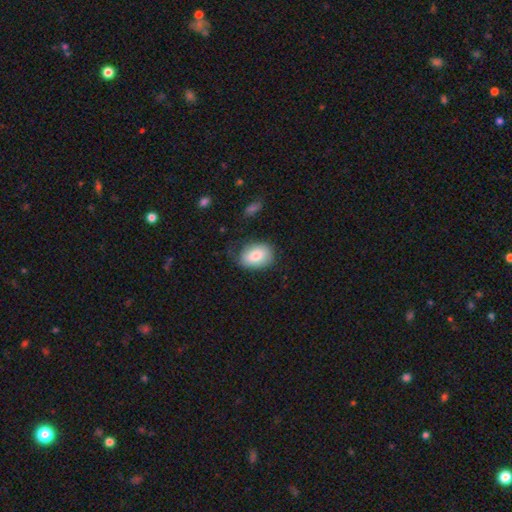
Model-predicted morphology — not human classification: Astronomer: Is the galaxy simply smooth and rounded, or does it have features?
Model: smooth — 78%.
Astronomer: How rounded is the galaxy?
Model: in between — 75%.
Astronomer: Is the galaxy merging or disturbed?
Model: none — 63%.